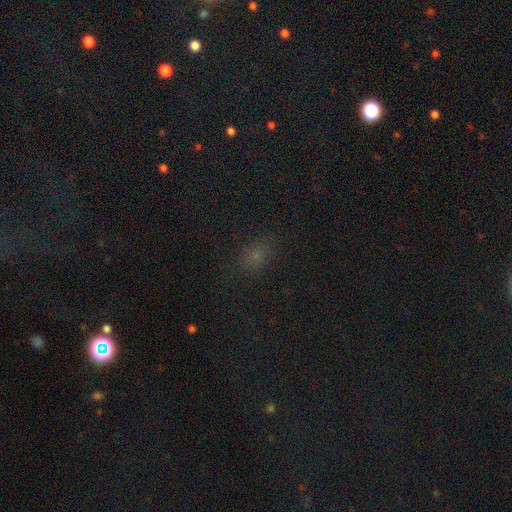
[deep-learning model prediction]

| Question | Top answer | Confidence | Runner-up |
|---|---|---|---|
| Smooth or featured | smooth | 64% | star or artifact (28%) |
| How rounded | in between | 62% | round (36%) |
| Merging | none | 80% | minor disturbance (14%) |